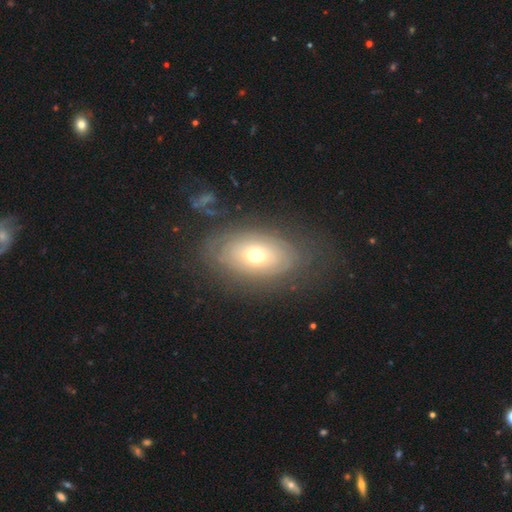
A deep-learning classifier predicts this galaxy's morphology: smooth_or_featured: featured or disk (p=0.55) [alt: smooth p=0.37]
disk_edge_on: no (p=0.91) [alt: yes p=0.09]
merging: none (p=0.73) [alt: minor disturbance p=0.17]